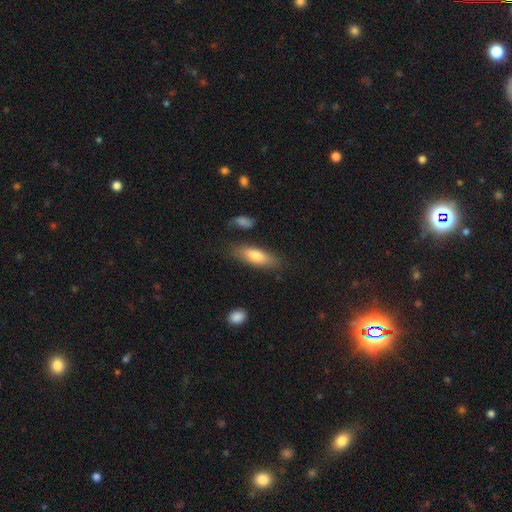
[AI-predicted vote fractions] The model was most divided on "how rounded": in between: 59%, cigar-shaped: 39%, round: 2%. More confident: merging — none (76%); smooth or featured — smooth (75%).